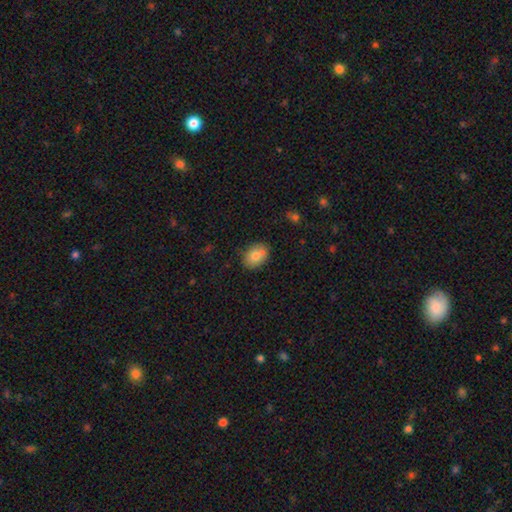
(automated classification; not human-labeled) smooth_or_featured: smooth (p=0.75) [alt: featured or disk p=0.16]
how_rounded: in between (p=0.63) [alt: round p=0.36]
merging: none (p=0.64) [alt: merger p=0.18]